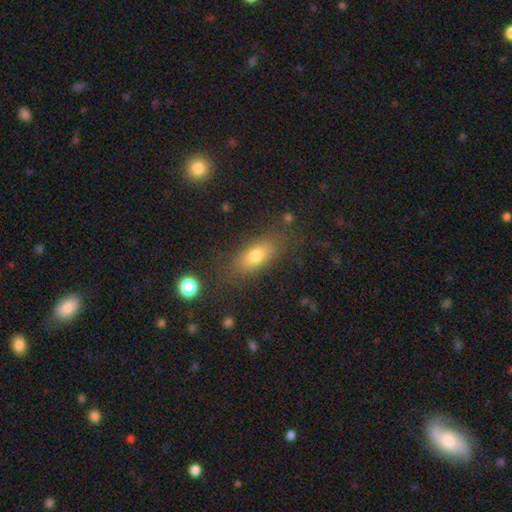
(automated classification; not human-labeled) A smooth galaxy with no disk features (74%) that is in between round and cigar-shaped (74%).

Vote fractions:
- Smooth or featured? smooth: 74% / featured or disk: 16% / star or artifact: 10%
- How rounded? in between: 74% / cigar-shaped: 20% / round: 6%
- Merging? none: 79% / minor disturbance: 13% / major disturbance: 5% / merger: 3%